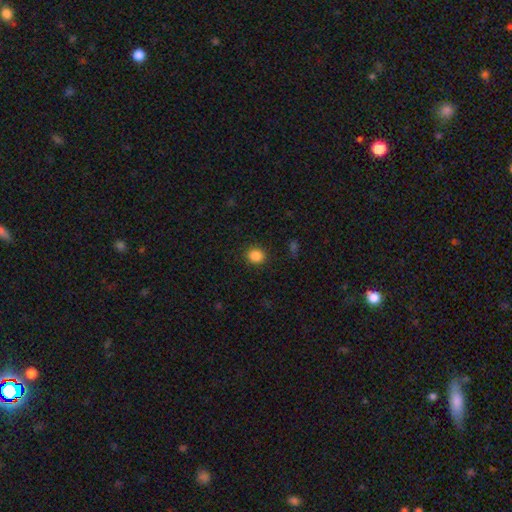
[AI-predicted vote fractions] Smooth or featured? Predicted: smooth (p=0.86). How rounded? Predicted: round (p=0.78). Merging? Predicted: none (p=0.90).